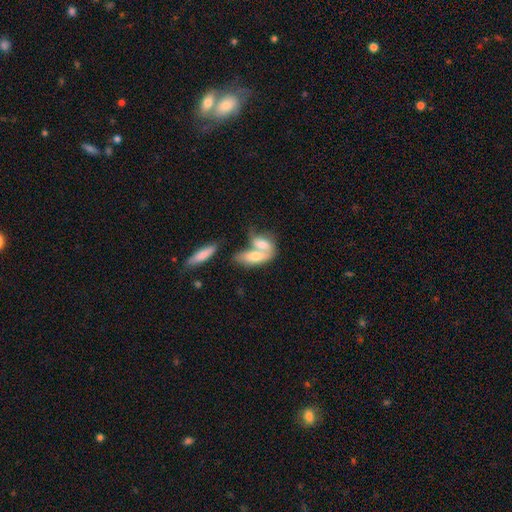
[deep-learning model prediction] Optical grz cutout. It shows a smooth galaxy with no disk features (60%) that is in between round and cigar-shaped (75%). Merging: merger (67%).